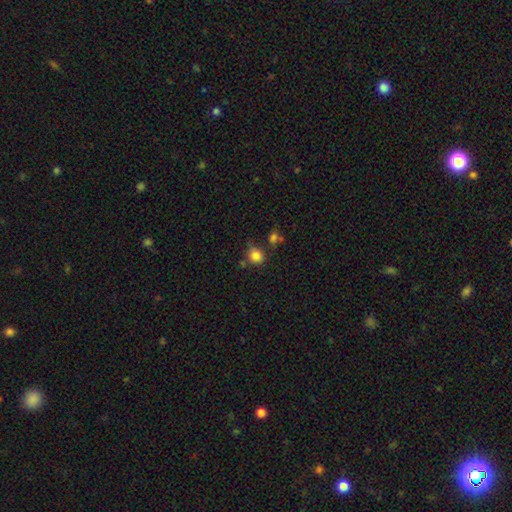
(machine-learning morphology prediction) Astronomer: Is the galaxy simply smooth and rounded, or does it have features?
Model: smooth — 82%.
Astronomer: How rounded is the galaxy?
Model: round — 71%.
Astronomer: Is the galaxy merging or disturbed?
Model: none — 64%.